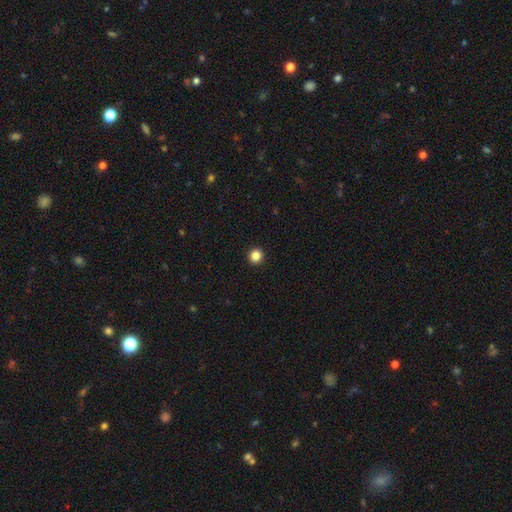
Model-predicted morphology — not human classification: Smooth or featured: smooth — 85% (star or artifact — 11%)
How rounded: round — 95% (in between — 4%)
Merging: none — 94% (minor disturbance — 4%)